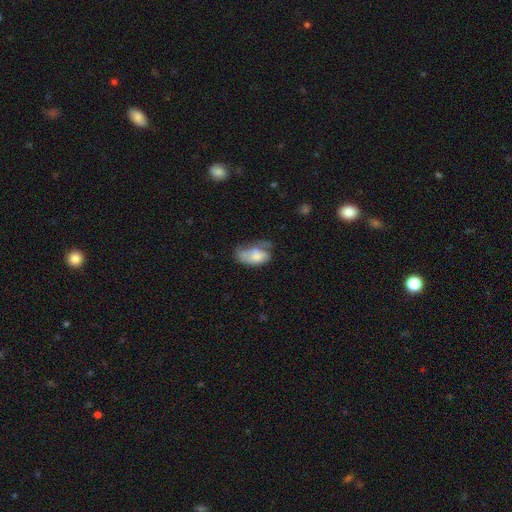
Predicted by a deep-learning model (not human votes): Q: Smooth or featured?
A: smooth (64%); runner-up: featured or disk (28%)
Q: How rounded?
A: in between (92%); runner-up: round (5%)
Q: Merging?
A: minor disturbance (31%); tied with: major disturbance (31%)